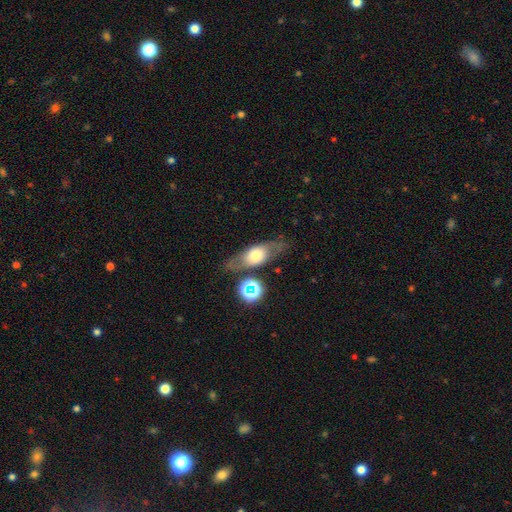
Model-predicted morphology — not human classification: This is possibly a smooth galaxy (48%). Merging: likely none (69%).